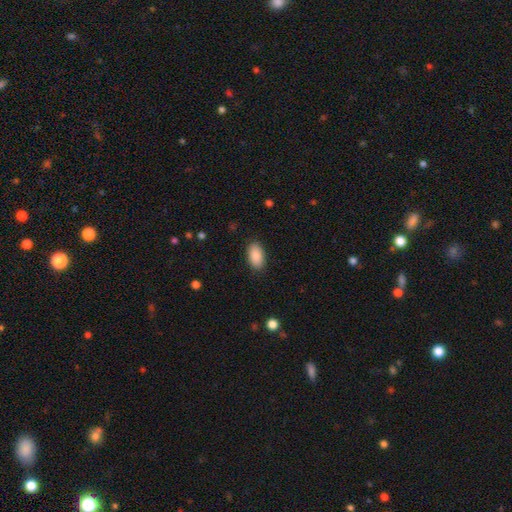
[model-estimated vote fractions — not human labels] smooth 89%, star or artifact 7%, featured or disk 4%. Down the decision tree: how rounded — in between (94%); merging — none (88%).